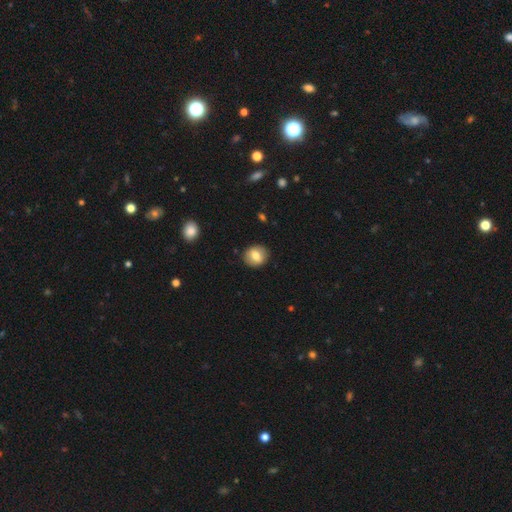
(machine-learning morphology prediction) type=smooth (74%); roundness=round (72%); merging=none (88%).